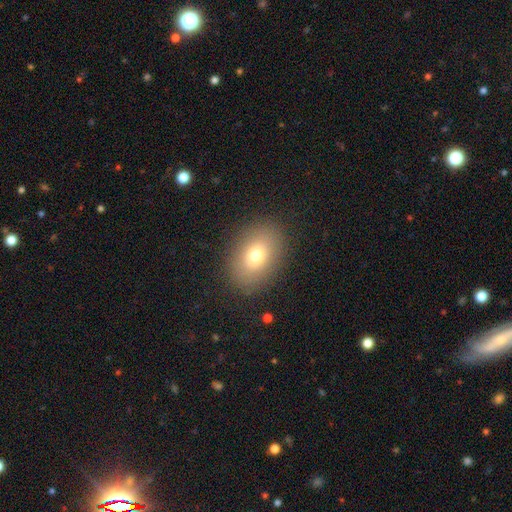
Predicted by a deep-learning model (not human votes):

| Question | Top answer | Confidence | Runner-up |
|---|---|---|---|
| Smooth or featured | smooth | 73% | featured or disk (15%) |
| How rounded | in between | 74% | round (25%) |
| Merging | none | 86% | minor disturbance (9%) |